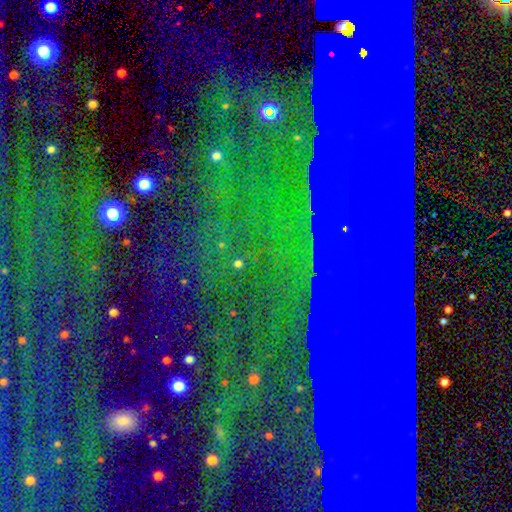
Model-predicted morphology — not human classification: This is likely a star or artifact rather than a galaxy (75%).